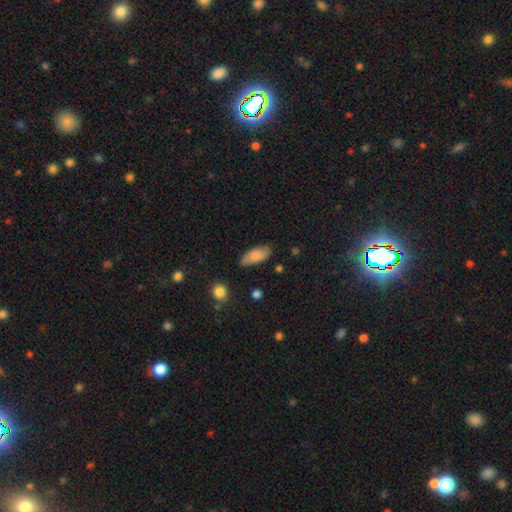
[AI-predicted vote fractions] The model was most divided on "merging": none: 78%, minor disturbance: 16%, major disturbance: 3%, merger: 2%. More confident: how rounded — in between (84%); smooth or featured — smooth (80%).